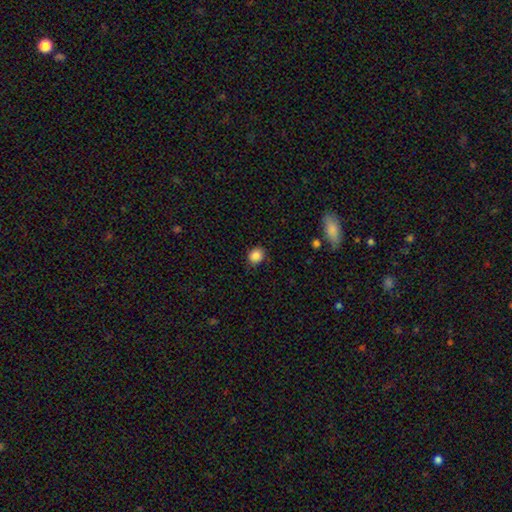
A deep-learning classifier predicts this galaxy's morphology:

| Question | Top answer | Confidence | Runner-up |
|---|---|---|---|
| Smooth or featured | smooth | 86% | star or artifact (10%) |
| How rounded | round | 72% | in between (27%) |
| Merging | none | 86% | minor disturbance (10%) |